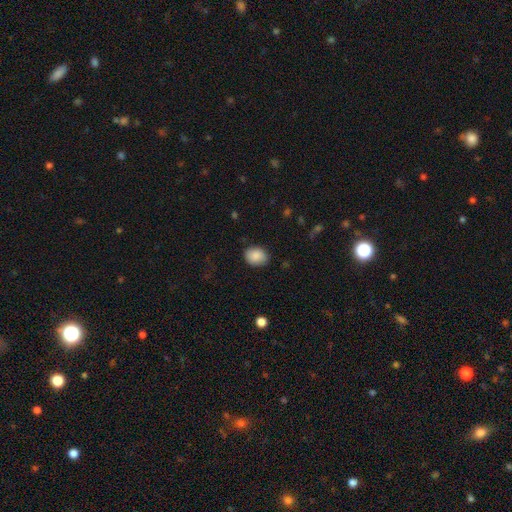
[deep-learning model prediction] A smooth galaxy with no disk features (88%) that is in between round and cigar-shaped (58%).

Vote fractions:
- Smooth or featured? smooth: 88% / star or artifact: 7% / featured or disk: 5%
- How rounded? in between: 58% / round: 41% / cigar-shaped: 1%
- Merging? none: 84% / minor disturbance: 12% / major disturbance: 3% / merger: 1%